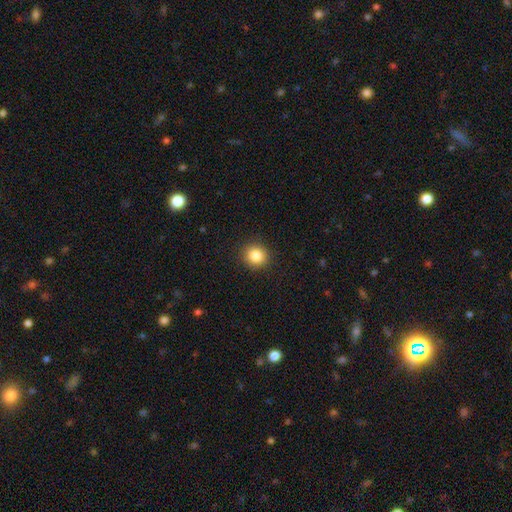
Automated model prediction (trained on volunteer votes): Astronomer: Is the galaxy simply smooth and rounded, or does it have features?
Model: smooth — 85%.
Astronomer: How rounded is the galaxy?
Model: round — 88%.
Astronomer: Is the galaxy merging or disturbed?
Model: none — 91%.